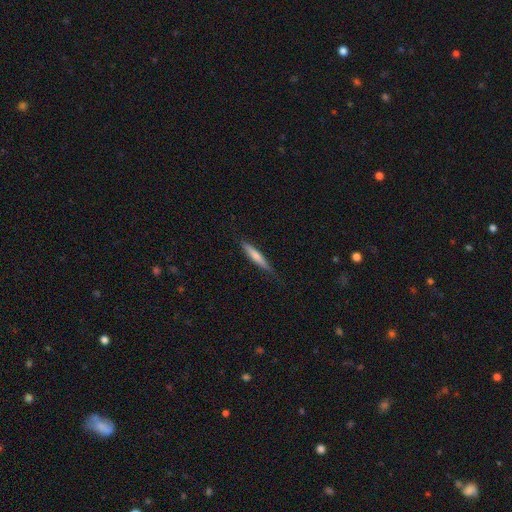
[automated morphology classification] smooth-or-featured: smooth: 64% | featured or disk: 30% | star or artifact: 6%
  how-rounded: cigar-shaped: 91% | in between: 8% | round: 1%
  merging: none: 79% | minor disturbance: 17% | major disturbance: 3% | merger: 1%